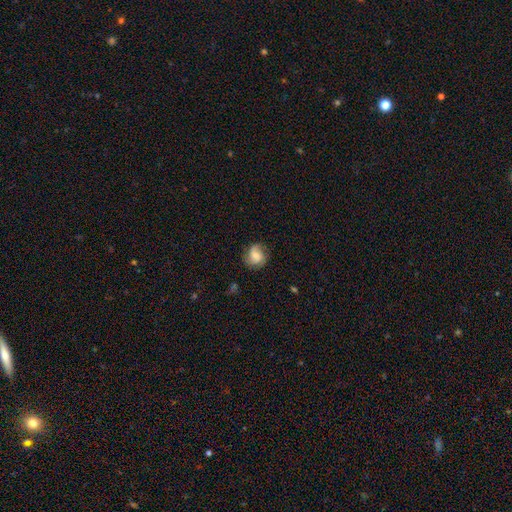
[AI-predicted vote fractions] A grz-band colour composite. It shows a smooth galaxy with no disk features (47%). Merging: none (69%).